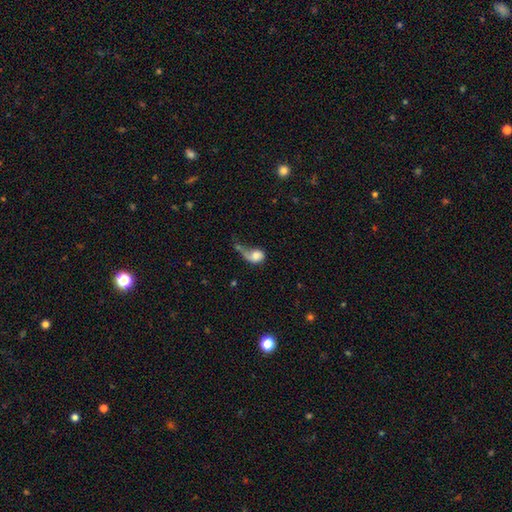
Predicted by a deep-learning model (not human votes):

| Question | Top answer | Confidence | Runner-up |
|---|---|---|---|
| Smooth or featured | smooth | 56% | featured or disk (35%) |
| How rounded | in between | 56% | round (42%) |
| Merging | major disturbance | 47% | none (21%) |